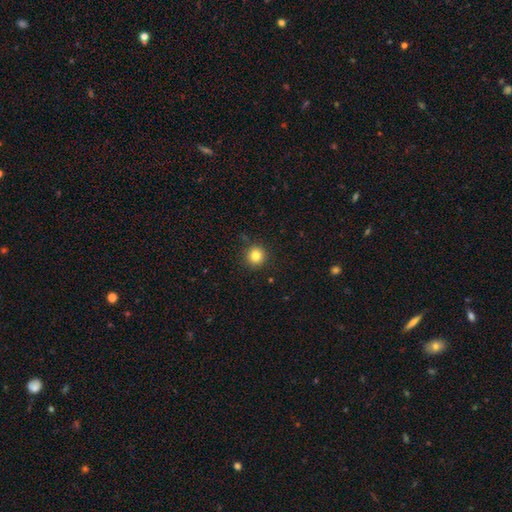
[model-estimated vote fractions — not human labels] A smooth galaxy with no disk features (83%) that is round (94%). Merging: none (91%).